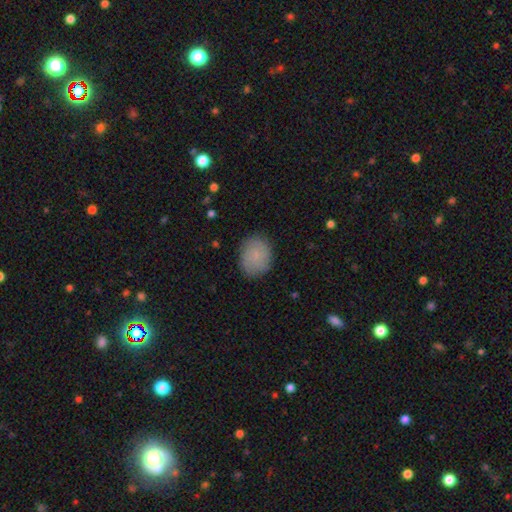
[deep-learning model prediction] smooth 79%, featured or disk 13%, star or artifact 8%. Down the decision tree: how rounded — round (56%); merging — none (84%).